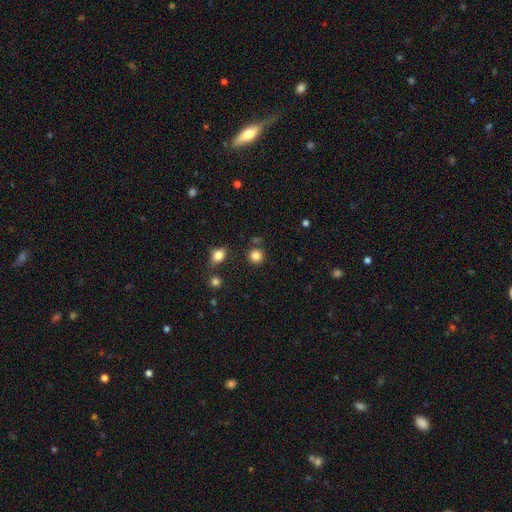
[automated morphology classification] The model was most divided on "smooth or featured": smooth: 84%, star or artifact: 12%, featured or disk: 4%. More confident: how rounded — round (91%); merging — none (85%).